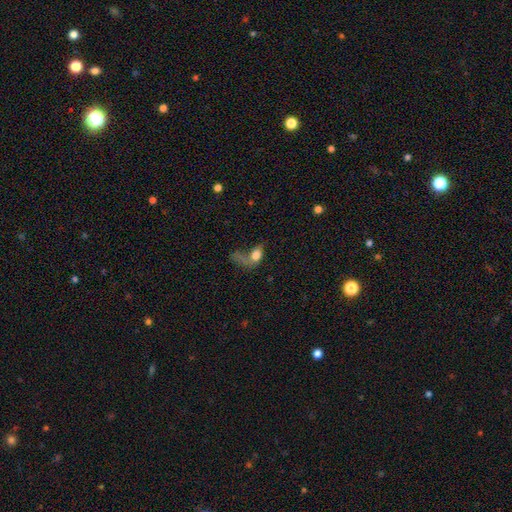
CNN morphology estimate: Overall: smooth (65%). How rounded: in between (76%). Merging: major disturbance (52%; merger 18%).